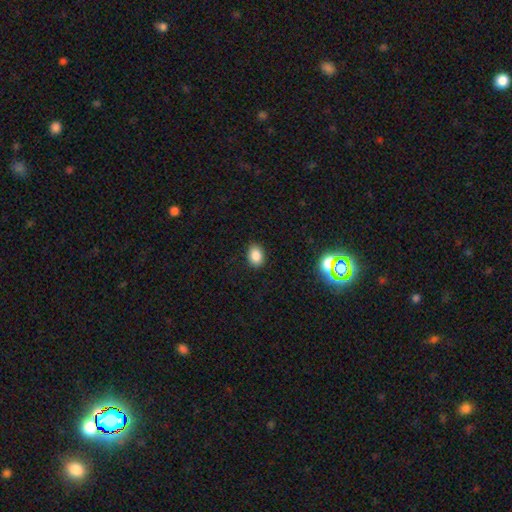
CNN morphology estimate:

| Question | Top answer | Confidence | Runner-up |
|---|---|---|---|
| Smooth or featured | smooth | 85% | star or artifact (11%) |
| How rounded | in between | 70% | round (29%) |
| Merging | none | 88% | minor disturbance (8%) |